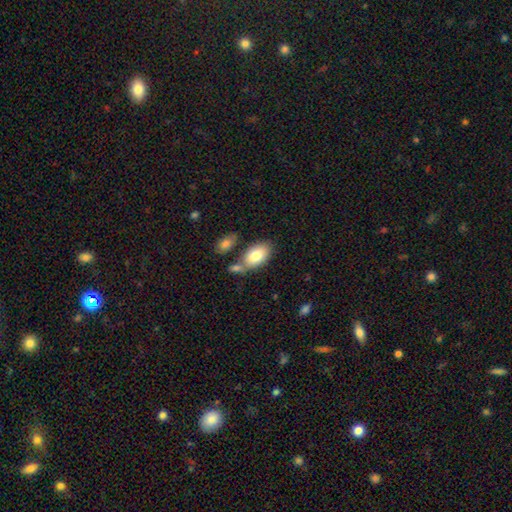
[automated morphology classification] smooth 80%, featured or disk 13%, star or artifact 7%. Down the decision tree: how rounded — in between (94%); merging — none (60%).